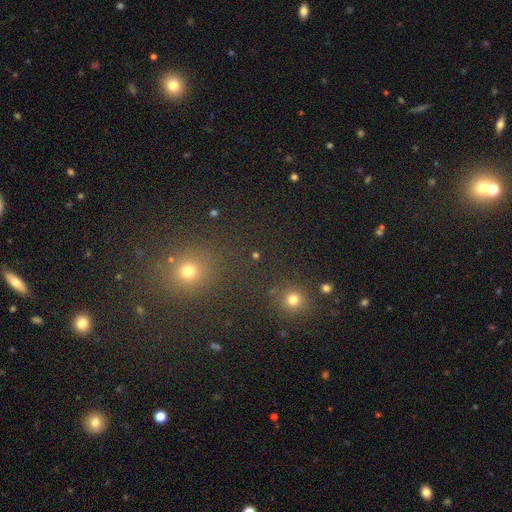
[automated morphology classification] Smooth or featured? Predicted: smooth (p=0.52). How rounded? Predicted: round (p=0.89). Merging? Predicted: none (p=0.86).